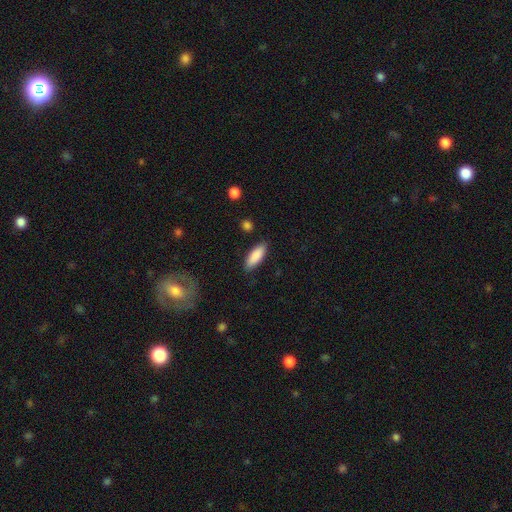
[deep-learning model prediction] Smooth or featured? Predicted: smooth (p=0.88). How rounded? Predicted: in between (p=0.69). Merging? Predicted: none (p=0.84).